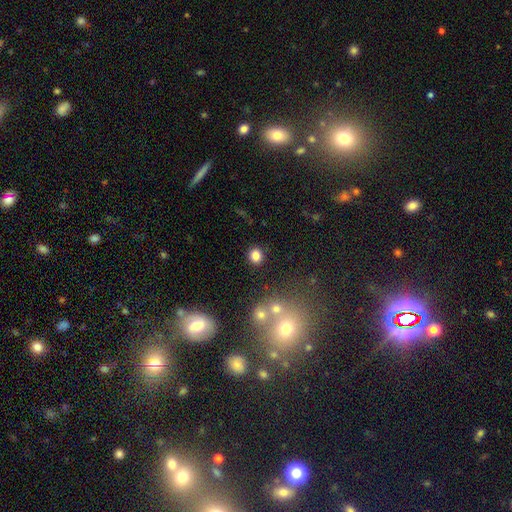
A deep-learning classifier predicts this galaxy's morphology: A smooth galaxy with no disk features (82%) that is round (80%). Merging: none (87%).